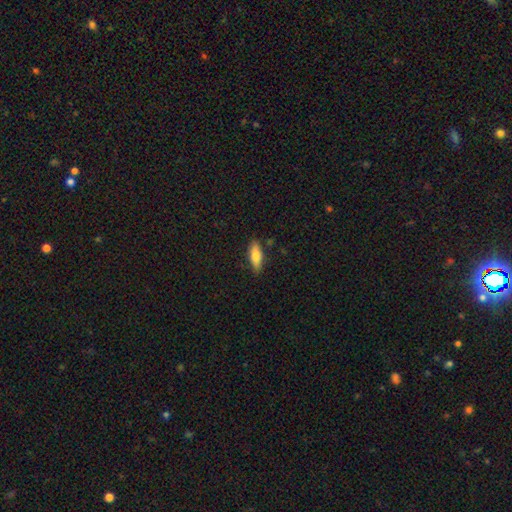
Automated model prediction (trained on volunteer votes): Q: Smooth or featured?
A: smooth (76%); runner-up: featured or disk (18%)
Q: How rounded?
A: in between (58%); runner-up: cigar-shaped (40%)
Q: Merging?
A: none (85%); runner-up: minor disturbance (12%)